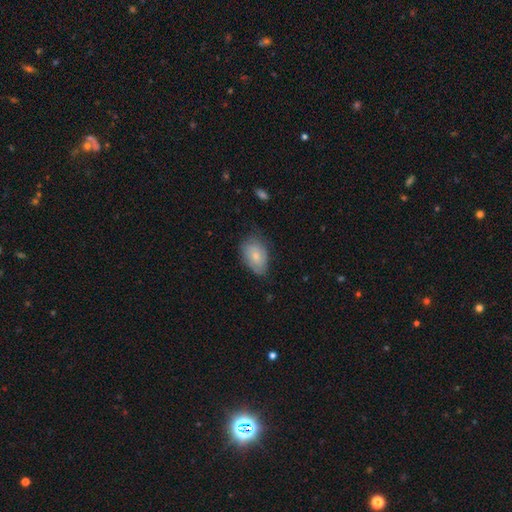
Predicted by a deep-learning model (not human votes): Overall: smooth (72%). How rounded: in between (88%). Merging: none (61%; minor disturbance 31%).